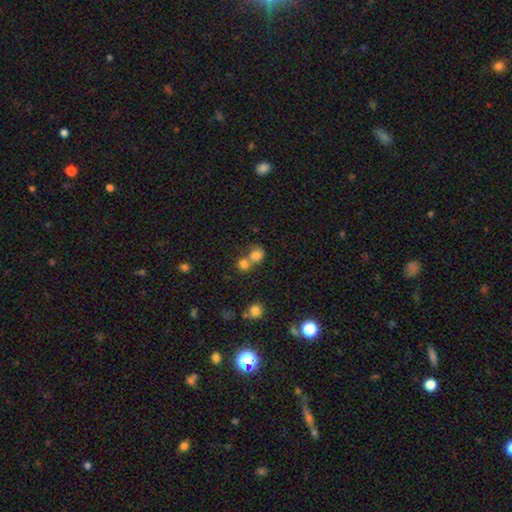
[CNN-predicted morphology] smooth_or_featured: smooth (p=0.78) [alt: star or artifact p=0.13]
how_rounded: round (p=0.71) [alt: in between p=0.28]
merging: merger (p=0.55) [alt: none p=0.34]